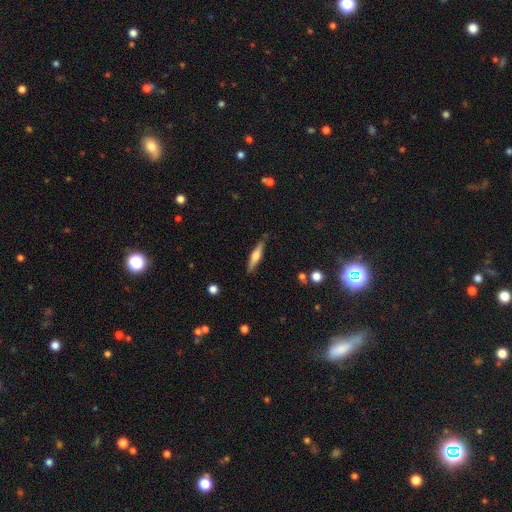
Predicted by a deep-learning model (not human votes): Morphology: type=smooth (47%, tied with featured or disk); merging=none (85%).